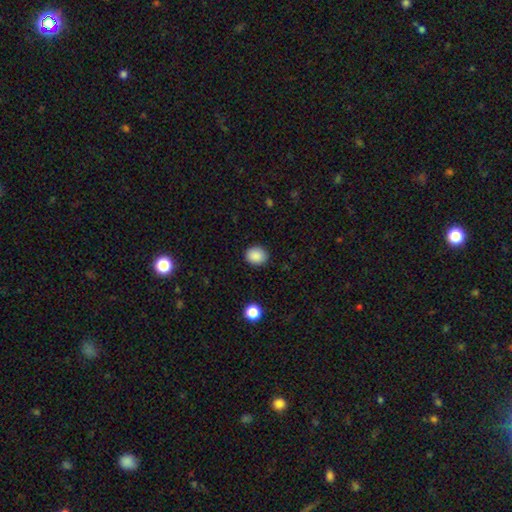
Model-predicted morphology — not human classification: type=smooth (88%); roundness=round (65%); merging=none (89%).